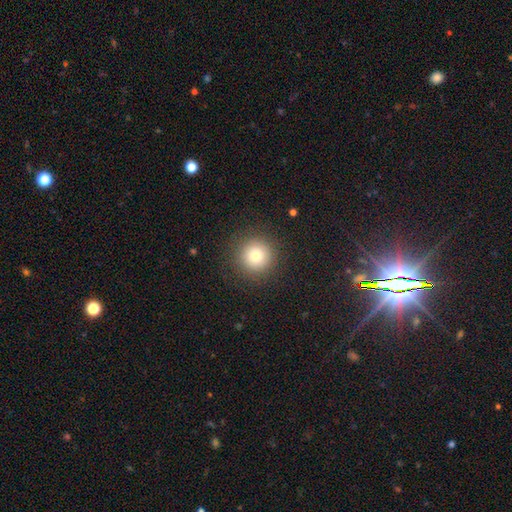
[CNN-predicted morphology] Smooth or featured? Predicted: smooth (p=0.78). How rounded? Predicted: round (p=0.95). Merging? Predicted: none (p=0.90).